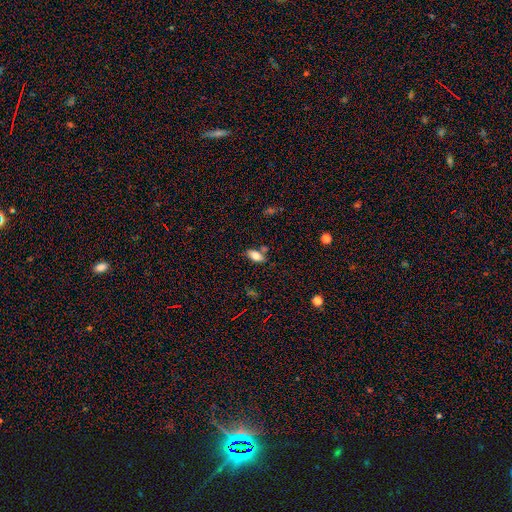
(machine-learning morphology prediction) This is likely a smooth galaxy (78%). How rounded: clearly in between (89%). Merging: likely none (68%).